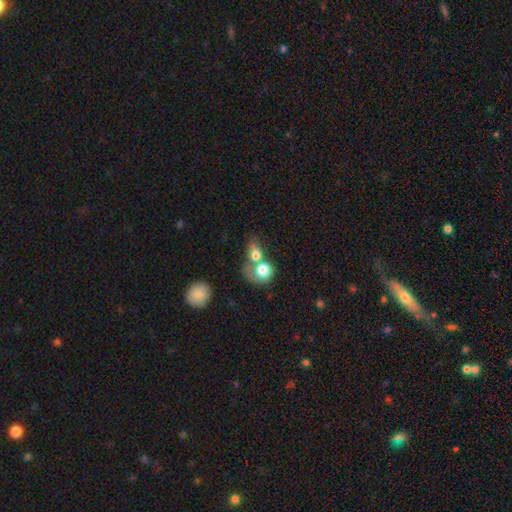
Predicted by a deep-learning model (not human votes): This appears to be a smooth galaxy with no disk features (73%) that is round (53%). Merging: merger (62%).